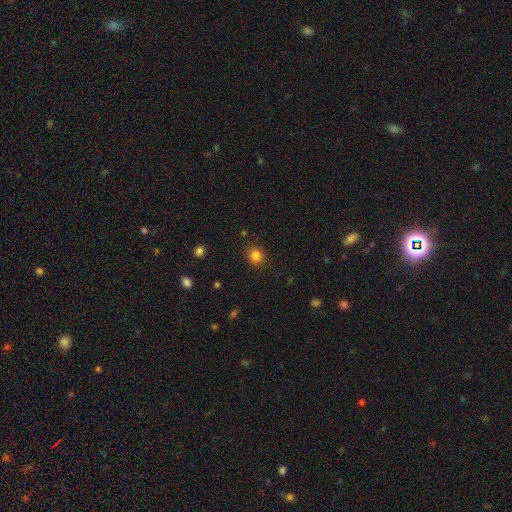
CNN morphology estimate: Q: Smooth or featured?
A: smooth (83%); runner-up: star or artifact (12%)
Q: How rounded?
A: round (79%); runner-up: in between (20%)
Q: Merging?
A: none (87%); runner-up: minor disturbance (9%)